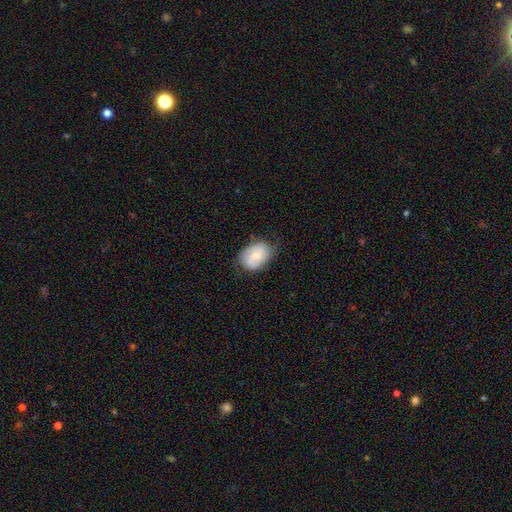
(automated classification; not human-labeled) Smooth or featured? smooth (48%)
Merging? none (70%)